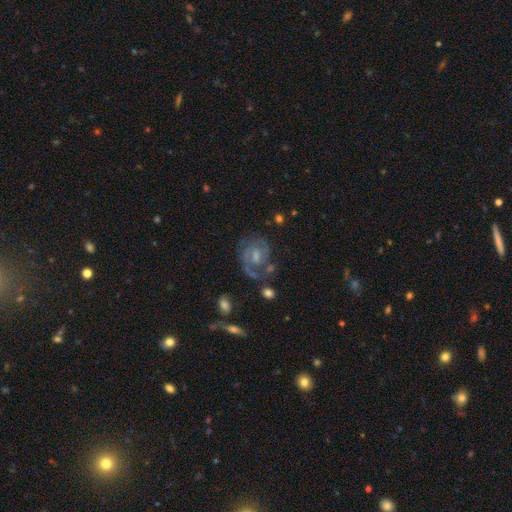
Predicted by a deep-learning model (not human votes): This is likely a featured or disk galaxy (78%). It is clearly not viewed edge-on (97%). Bar: possibly no (46%). Spiral arm pattern: clearly yes (90%). Spiral arm count: possibly 2 (58%). Spiral winding: marginally tight (43%, tied with medium). Central bulge: marginally moderate (42%). Merging: likely none (61%).